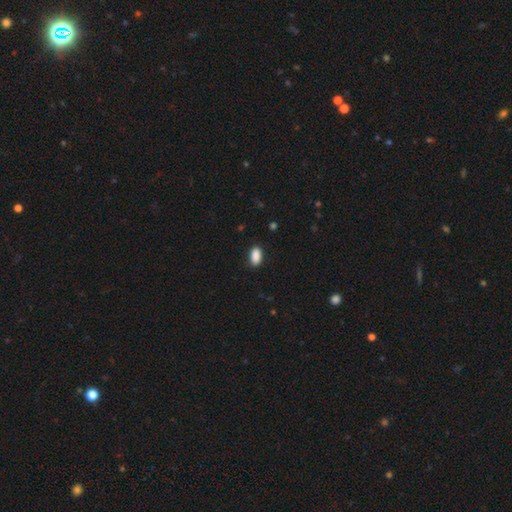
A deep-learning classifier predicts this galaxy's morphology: A smooth galaxy with no disk features (90%) that is in between round and cigar-shaped (92%).

Vote fractions:
- Smooth or featured? smooth: 90% / star or artifact: 8% / featured or disk: 3%
- How rounded? in between: 92% / round: 4% / cigar-shaped: 4%
- Merging? none: 87% / minor disturbance: 10% / major disturbance: 2% / merger: 1%